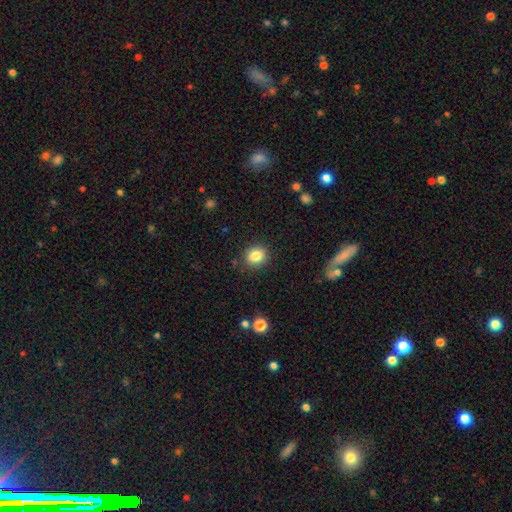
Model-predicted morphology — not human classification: type=smooth (84%); roundness=round (66%); merging=none (88%).